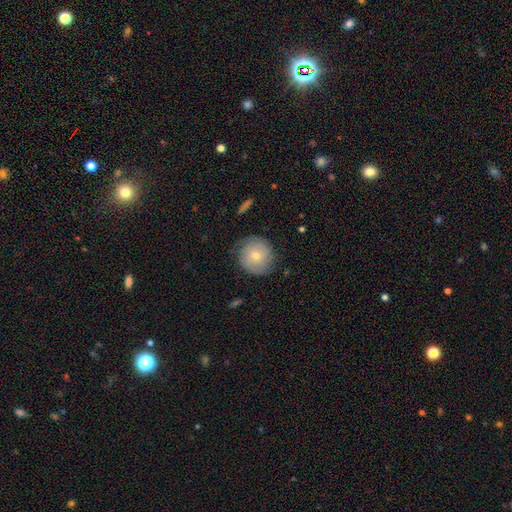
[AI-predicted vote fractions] Smooth or featured? smooth (54%)
How rounded? round (91%)
Merging? none (77%)